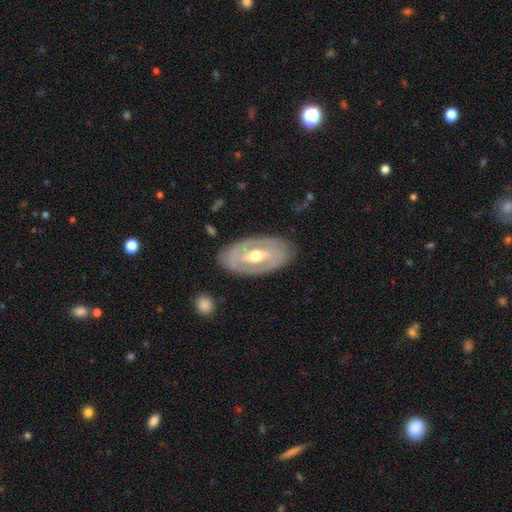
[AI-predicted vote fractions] Q: Smooth or featured?
A: featured or disk (73%); runner-up: smooth (23%)
Q: Edge-on disk?
A: no (91%); runner-up: yes (9%)
Q: Bar?
A: no (41%); runner-up: weak (33%)
Q: Spiral arms?
A: no (55%); runner-up: yes (45%)
Q: Bulge size?
A: moderate (73%); runner-up: small (18%)
Q: Merging?
A: none (82%); runner-up: minor disturbance (12%)